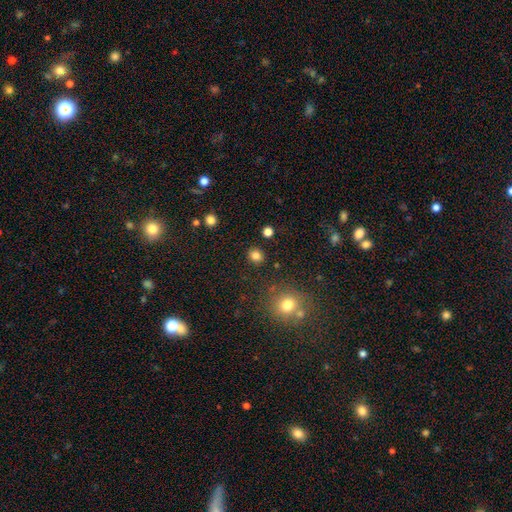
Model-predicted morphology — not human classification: smooth 82%, star or artifact 13%, featured or disk 5%. Down the decision tree: how rounded — round (79%); merging — none (87%).